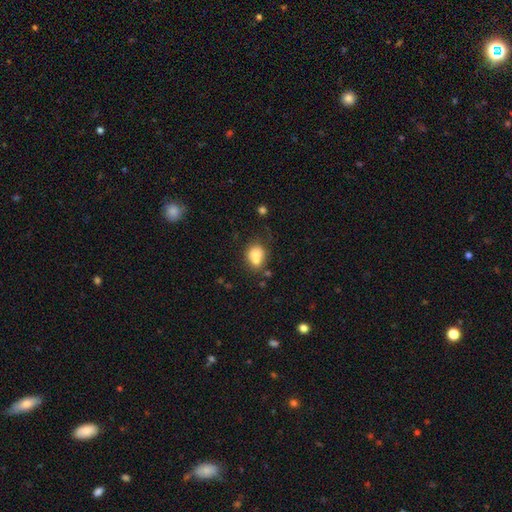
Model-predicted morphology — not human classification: Smooth or featured? smooth (73%)
How rounded? round (59%)
Merging? merger (45%)